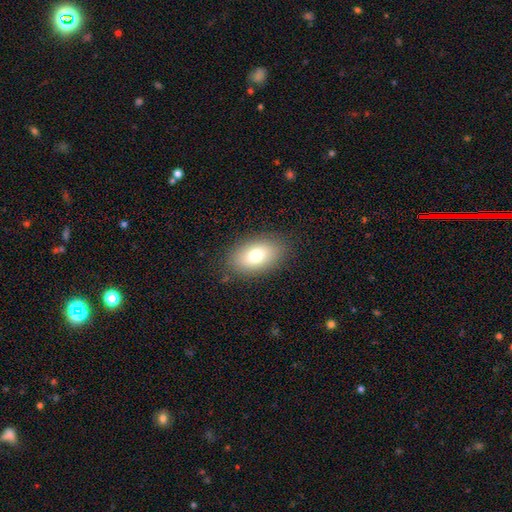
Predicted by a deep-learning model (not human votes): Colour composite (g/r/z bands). It shows a smooth galaxy with no disk features (76%) that is in between round and cigar-shaped (90%). Merging: none (85%).